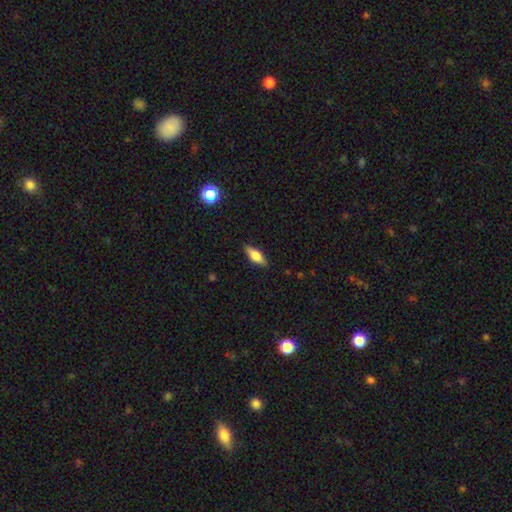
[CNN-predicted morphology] The model was most divided on "smooth or featured": smooth: 63%, featured or disk: 30%, star or artifact: 7%. More confident: merging — none (87%); how rounded — in between (68%).